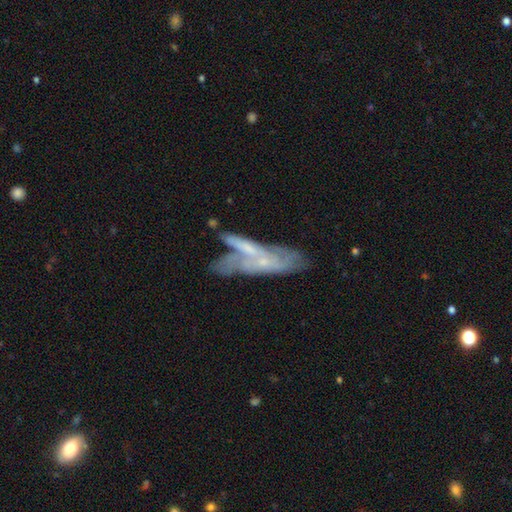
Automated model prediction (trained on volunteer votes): A featured or disk galaxy (62%).

Vote fractions:
- Smooth or featured? featured or disk: 62% / smooth: 29% / star or artifact: 9%
- Edge-on disk? no: 69% / yes: 31%
- Merging? merger: 37% / none: 31% / minor disturbance: 17% / major disturbance: 15%